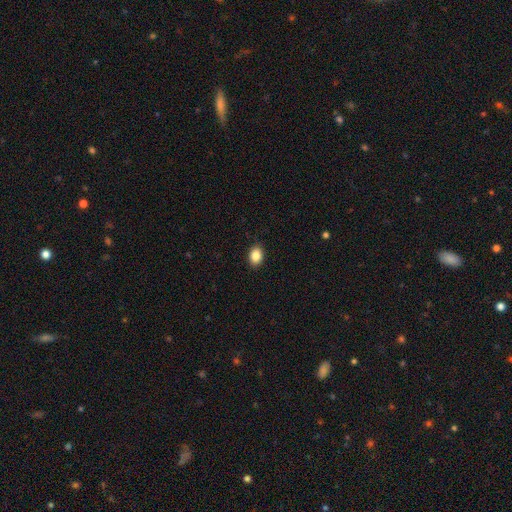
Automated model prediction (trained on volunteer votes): A smooth galaxy with no disk features (86%) that is in between round and cigar-shaped (68%). Merging: none (90%).